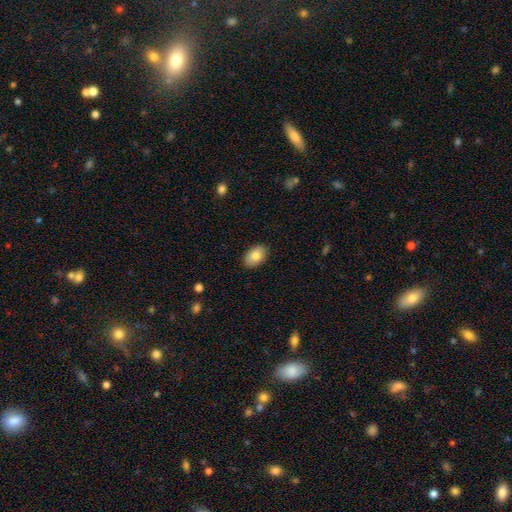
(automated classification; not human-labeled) Morphology: type=smooth (82%); roundness=in between (90%); merging=none (88%).